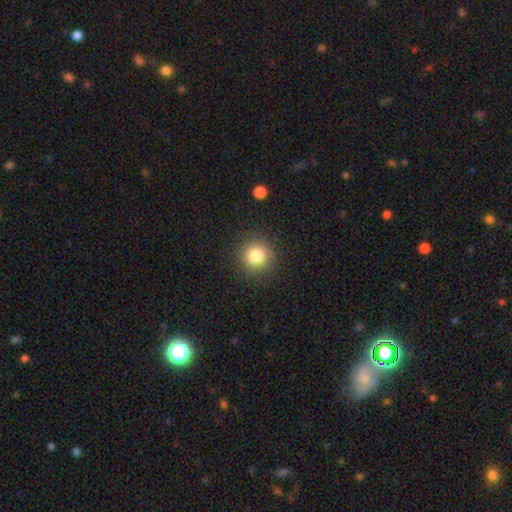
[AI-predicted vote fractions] Overall: smooth (82%). How rounded: round (93%). Merging: none (89%).